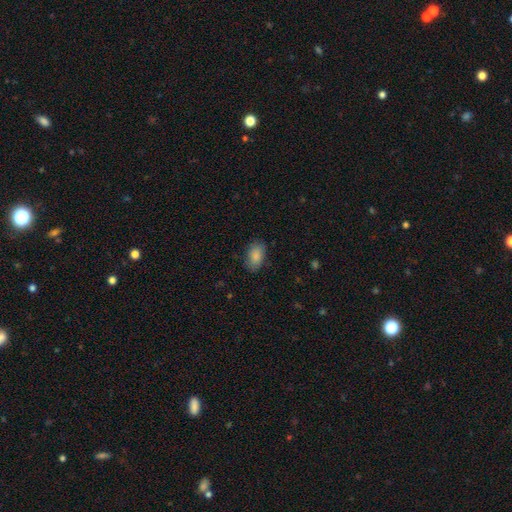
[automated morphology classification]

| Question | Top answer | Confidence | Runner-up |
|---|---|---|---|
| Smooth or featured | smooth | 86% | star or artifact (7%) |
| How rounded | in between | 92% | round (6%) |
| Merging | none | 82% | minor disturbance (14%) |